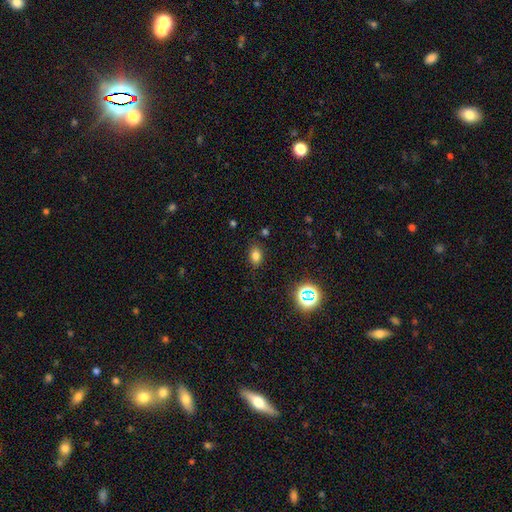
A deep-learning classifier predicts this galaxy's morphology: smooth_or_featured: smooth (p=0.77) [alt: star or artifact p=0.17]
how_rounded: in between (p=0.77) [alt: round p=0.22]
merging: none (p=0.84) [alt: minor disturbance p=0.12]